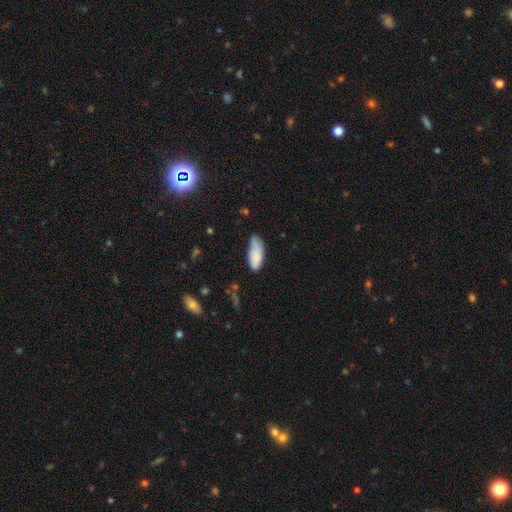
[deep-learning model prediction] A smooth galaxy with no disk features (83%) that is in between round and cigar-shaped (81%).

Vote fractions:
- Smooth or featured? smooth: 83% / featured or disk: 10% / star or artifact: 7%
- How rounded? in between: 81% / cigar-shaped: 17% / round: 2%
- Merging? none: 51% / minor disturbance: 37% / major disturbance: 9% / merger: 3%